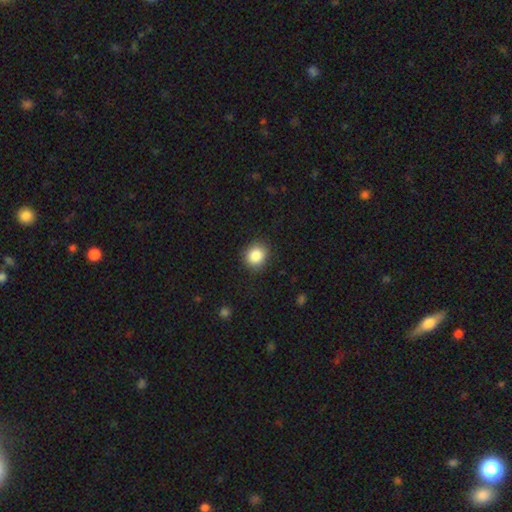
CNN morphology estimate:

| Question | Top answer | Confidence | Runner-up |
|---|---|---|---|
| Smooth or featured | smooth | 86% | star or artifact (9%) |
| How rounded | round | 77% | in between (22%) |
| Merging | none | 88% | minor disturbance (9%) |